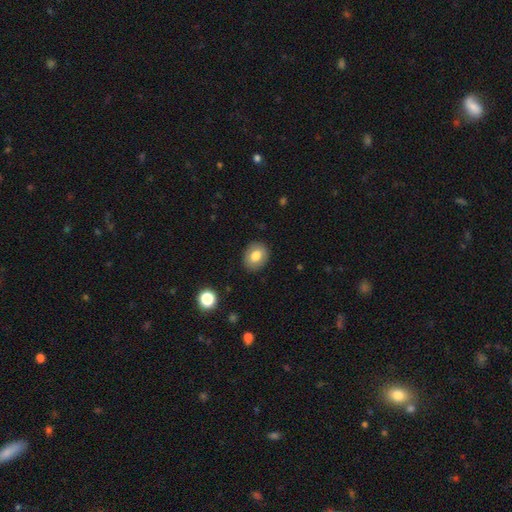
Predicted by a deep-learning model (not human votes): This is likely a smooth galaxy (79%). How rounded: possibly round (51%). Merging: clearly none (88%).